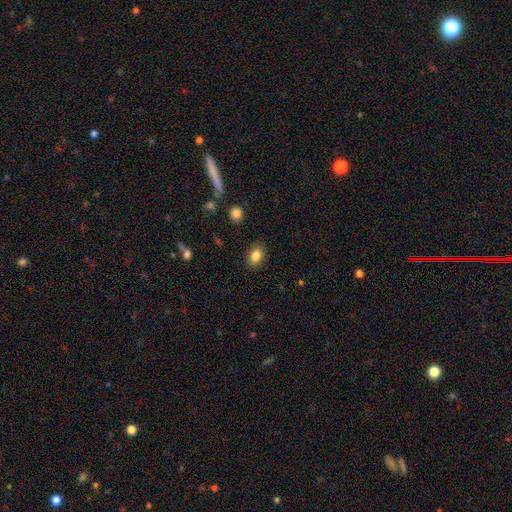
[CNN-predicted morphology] Smooth or featured? Predicted: smooth (p=0.84). How rounded? Predicted: in between (p=0.80). Merging? Predicted: none (p=0.85).